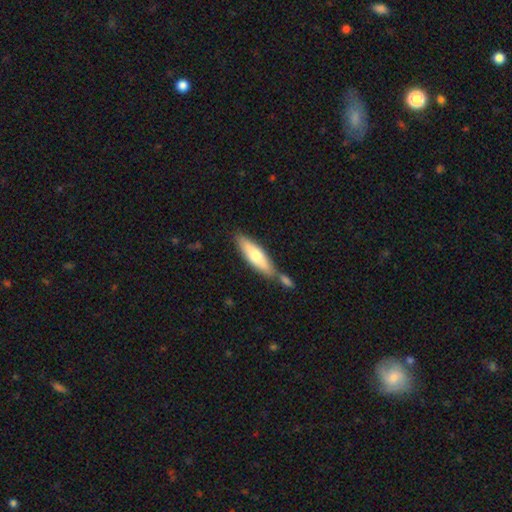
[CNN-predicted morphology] Q: Smooth or featured?
A: smooth (63%); runner-up: featured or disk (32%)
Q: How rounded?
A: cigar-shaped (58%); runner-up: in between (41%)
Q: Merging?
A: none (53%); runner-up: merger (30%)